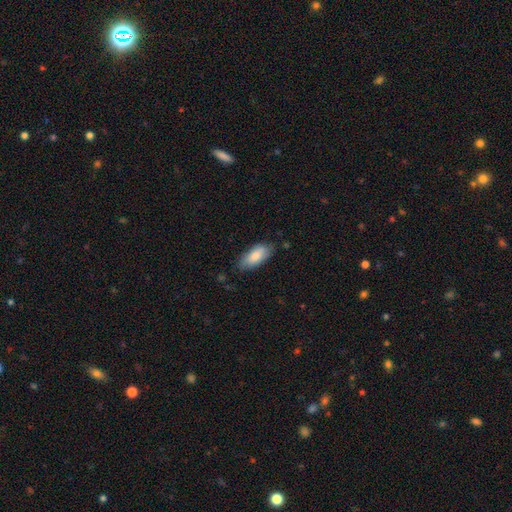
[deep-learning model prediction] Smooth or featured? Predicted: smooth (p=0.81). How rounded? Predicted: in between (p=0.87). Merging? Predicted: none (p=0.76).